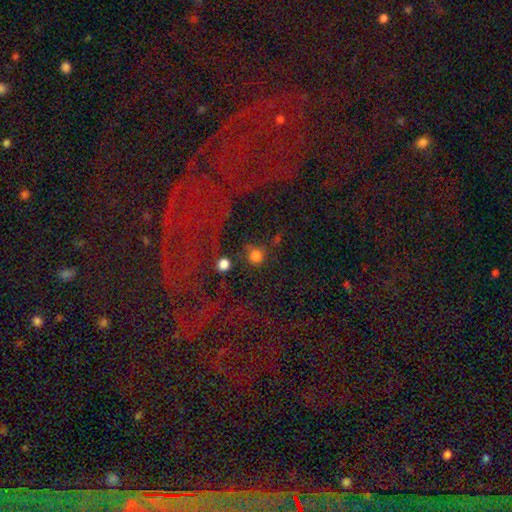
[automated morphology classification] smooth_or_featured: smooth (p=0.76) [alt: star or artifact p=0.17]
how_rounded: round (p=0.93) [alt: in between p=0.06]
merging: none (p=0.70) [alt: merger p=0.12]